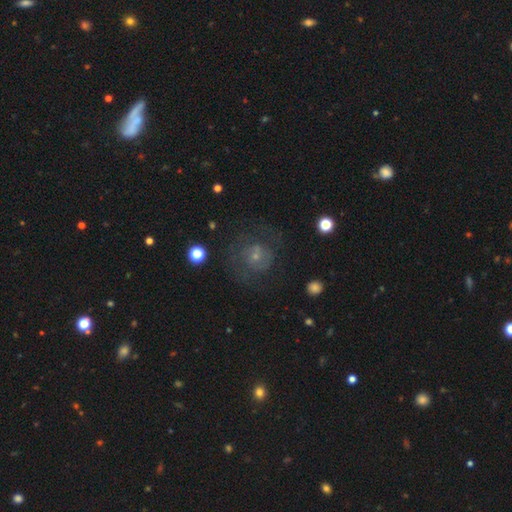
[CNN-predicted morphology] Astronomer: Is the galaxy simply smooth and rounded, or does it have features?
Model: featured or disk — 48% (runner-up: smooth, 35%).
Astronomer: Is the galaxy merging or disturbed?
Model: none — 62%.